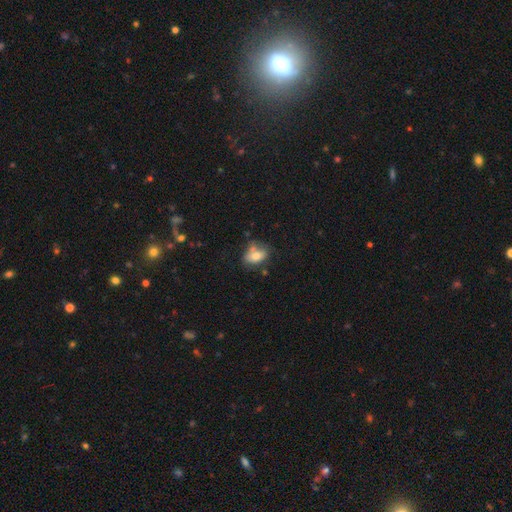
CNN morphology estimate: type=smooth (73%); roundness=in between (81%); merging=none (51%).